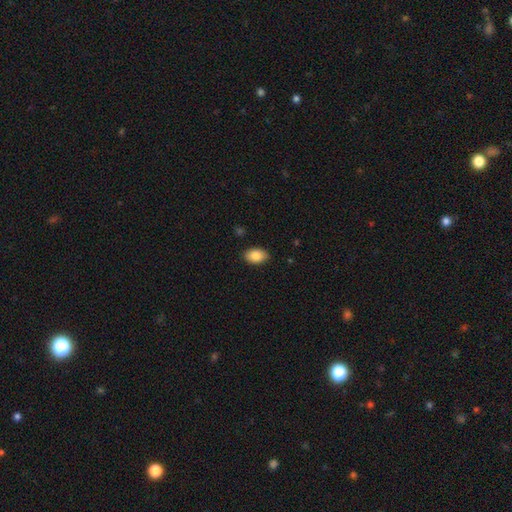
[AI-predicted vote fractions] This appears to be a smooth galaxy with no disk features (85%) that is in between round and cigar-shaped (88%). Merging: none (88%).